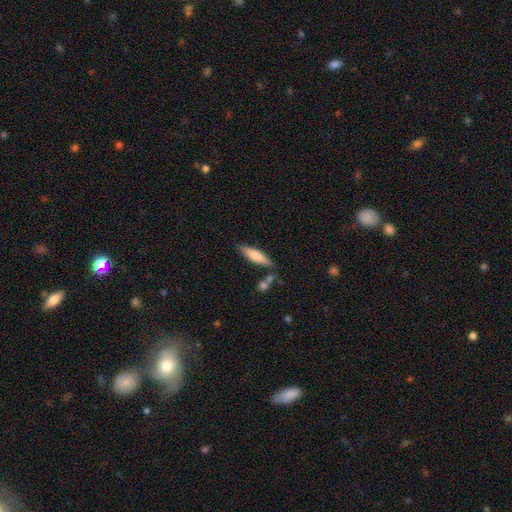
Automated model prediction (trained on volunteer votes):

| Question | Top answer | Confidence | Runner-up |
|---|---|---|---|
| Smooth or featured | smooth | 72% | featured or disk (22%) |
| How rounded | cigar-shaped | 68% | in between (30%) |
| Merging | none | 75% | minor disturbance (14%) |